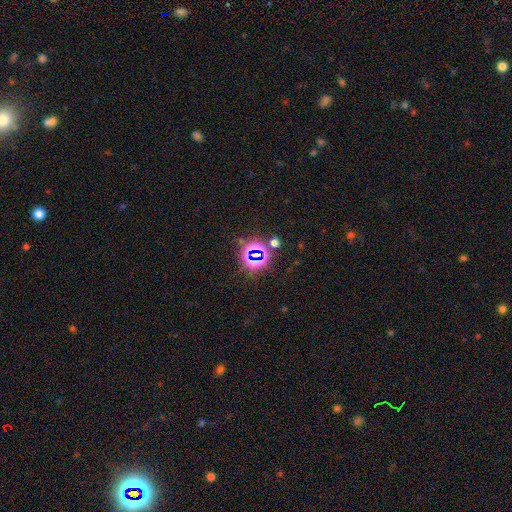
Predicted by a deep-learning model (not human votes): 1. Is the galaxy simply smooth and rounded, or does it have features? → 74% star or artifact, 17% smooth, 9% featured or disk.